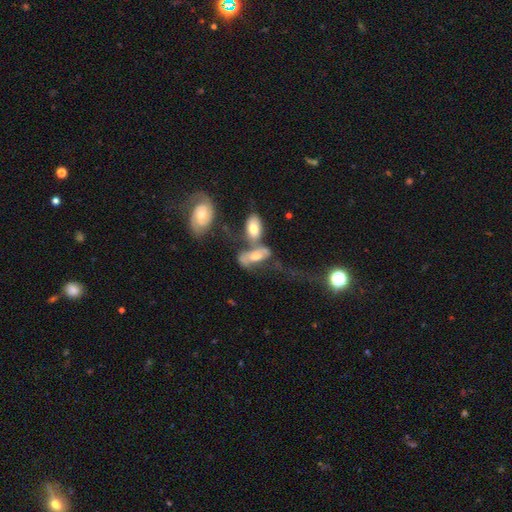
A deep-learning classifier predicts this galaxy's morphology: Overall: featured or disk (56%; smooth 35%). Edge-on disk: no (85%). Merging: merger (49%; major disturbance 20%).